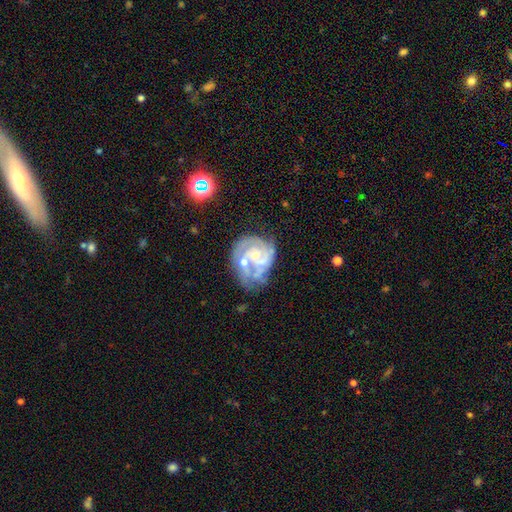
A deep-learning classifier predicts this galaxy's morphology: The model was most divided on "spiral arm count": 2: 34%, can't tell: 26%, 3: 25%, 4: 6%, 1: 6%, more than 4: 4%. Remaining: edge-on disk — no (98%); spiral arms — yes (90%); smooth or featured — featured or disk (83%); bar — no (69%); bulge size — small (61%); spiral winding — tight (59%); merging — none (37%).